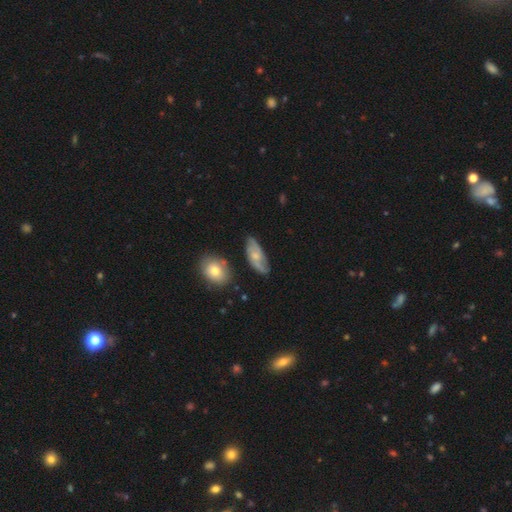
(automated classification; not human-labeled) Smooth or featured? Predicted: featured or disk (p=0.56). Edge-on disk? Predicted: no (p=0.90). Bar? Predicted: no (p=0.68). Spiral arms? Predicted: yes (p=0.82). Bulge size? Predicted: small (p=0.56). Merging? Predicted: none (p=0.68).